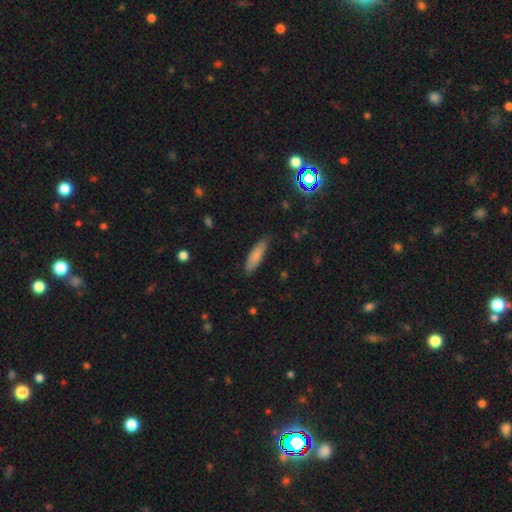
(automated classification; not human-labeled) A smooth galaxy with no disk features (81%) that is cigar-shaped (60%). Merging: none (80%).